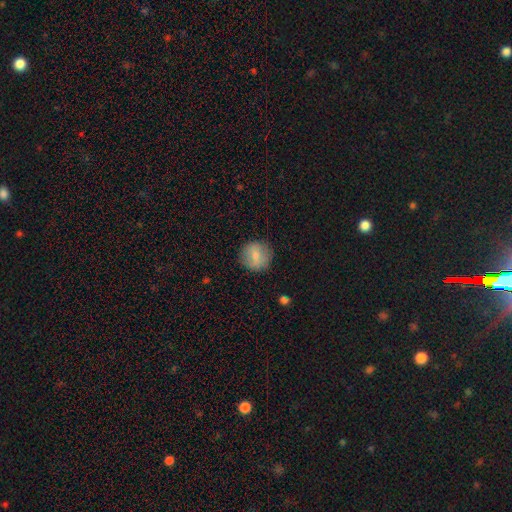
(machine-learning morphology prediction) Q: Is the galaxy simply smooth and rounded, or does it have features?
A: smooth — 71%.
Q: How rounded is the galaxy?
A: round — 92%.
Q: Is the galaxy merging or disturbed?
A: none — 86%.